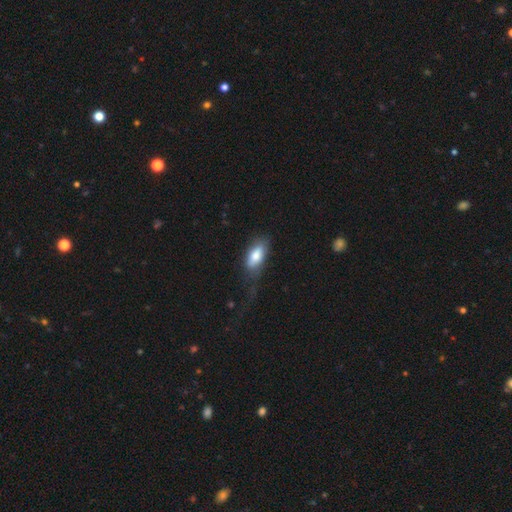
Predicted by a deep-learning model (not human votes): Smooth or featured: smooth — 79% (featured or disk — 15%)
How rounded: in between — 87% (cigar-shaped — 10%)
Merging: none — 46% (minor disturbance — 26%)